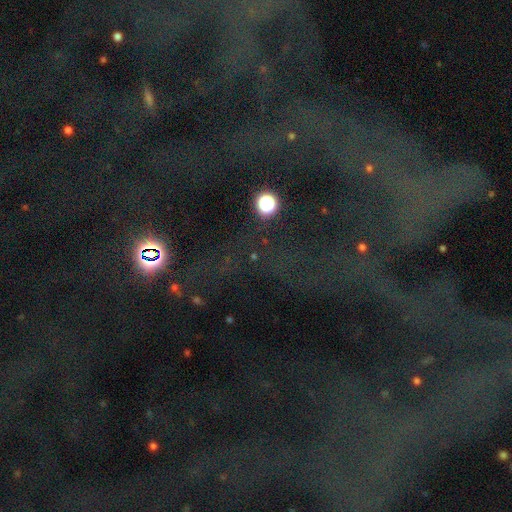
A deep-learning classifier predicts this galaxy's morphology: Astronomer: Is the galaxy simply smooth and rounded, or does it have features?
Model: star or artifact — 81%.